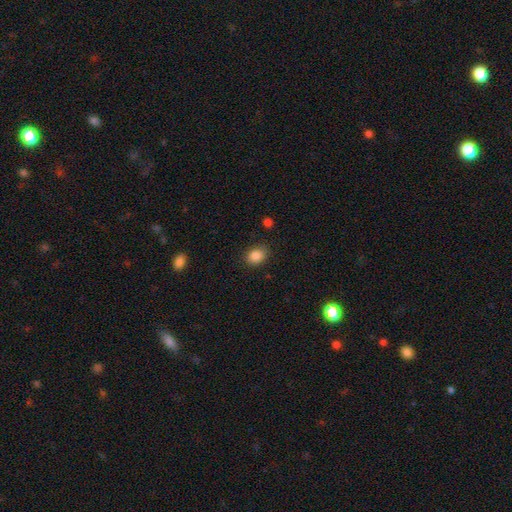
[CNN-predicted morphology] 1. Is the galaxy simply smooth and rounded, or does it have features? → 87% smooth, 9% star or artifact, 4% featured or disk.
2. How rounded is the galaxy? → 60% in between, 39% round, 1% cigar-shaped.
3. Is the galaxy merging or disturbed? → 82% none, 13% minor disturbance, 3% major disturbance, 1% merger.